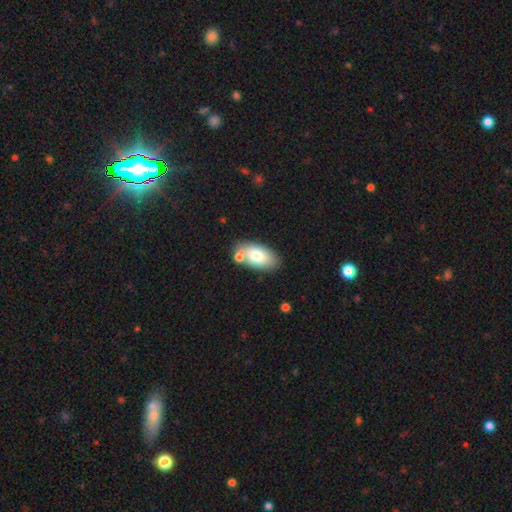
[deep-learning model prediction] smooth_or_featured: smooth (p=0.74) [alt: featured or disk p=0.19]
how_rounded: in between (p=0.94) [alt: round p=0.04]
merging: none (p=0.62) [alt: merger p=0.19]